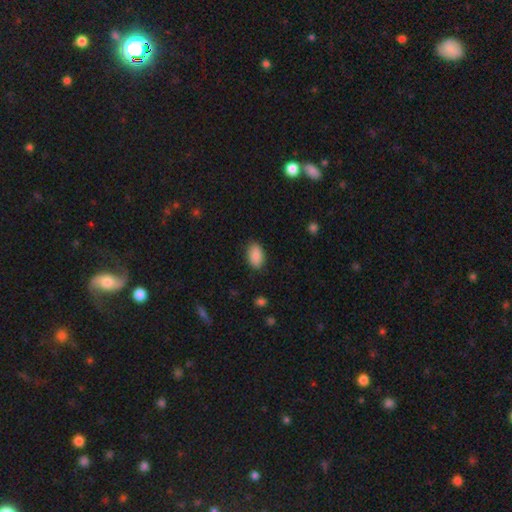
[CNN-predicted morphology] Smooth or featured: smooth — 89% (star or artifact — 7%)
How rounded: in between — 91% (round — 7%)
Merging: none — 86% (minor disturbance — 10%)